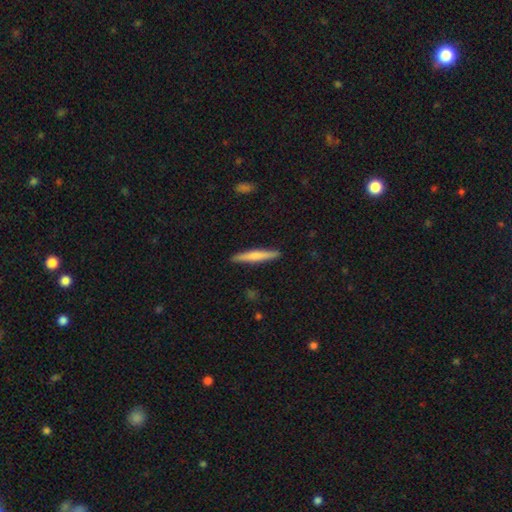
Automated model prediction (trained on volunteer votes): Overall: smooth (60%; featured or disk 35%). How rounded: cigar-shaped (95%). Merging: none (91%).